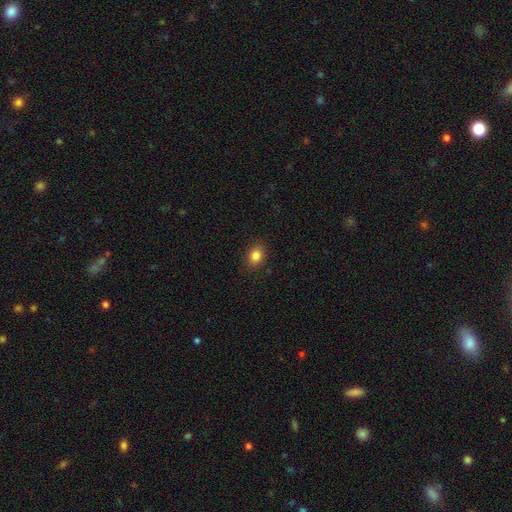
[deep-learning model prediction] A smooth galaxy with no disk features (84%) that is in between round and cigar-shaped (51%). Merging: none (89%).